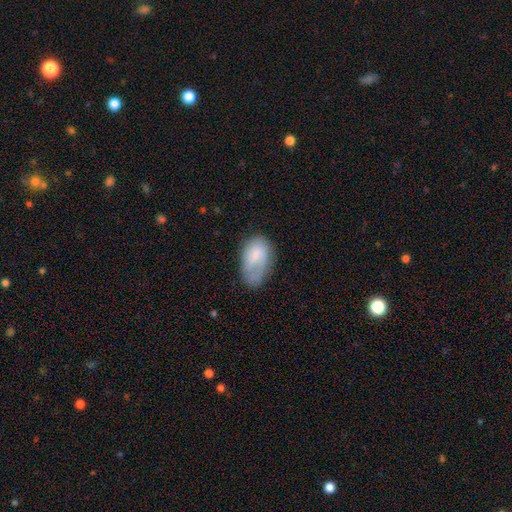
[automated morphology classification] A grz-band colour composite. It shows a smooth galaxy with no disk features (68%) that is in between round and cigar-shaped (91%). Merging: none (42%).